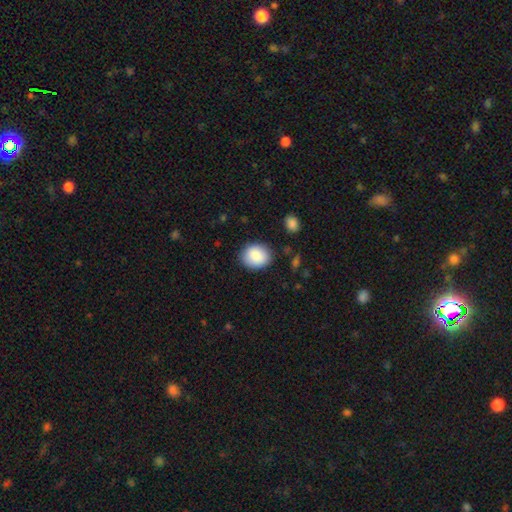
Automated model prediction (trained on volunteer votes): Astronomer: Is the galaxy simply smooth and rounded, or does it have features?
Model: smooth — 87%.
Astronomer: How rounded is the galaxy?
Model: round — 63%.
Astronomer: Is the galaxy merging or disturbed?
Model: none — 86%.